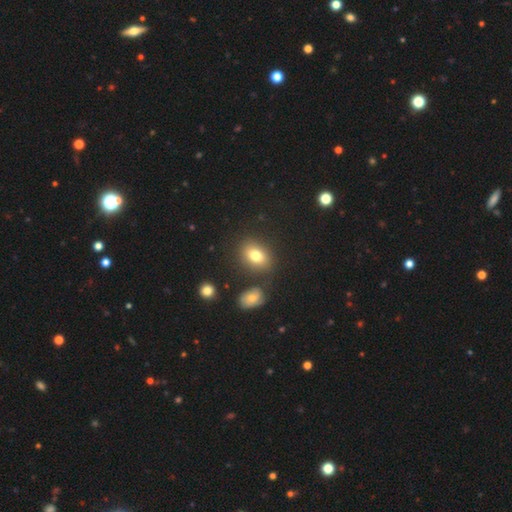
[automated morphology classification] smooth_or_featured: smooth (p=0.78) [alt: star or artifact p=0.11]
how_rounded: in between (p=0.69) [alt: round p=0.29]
merging: none (p=0.77) [alt: minor disturbance p=0.11]